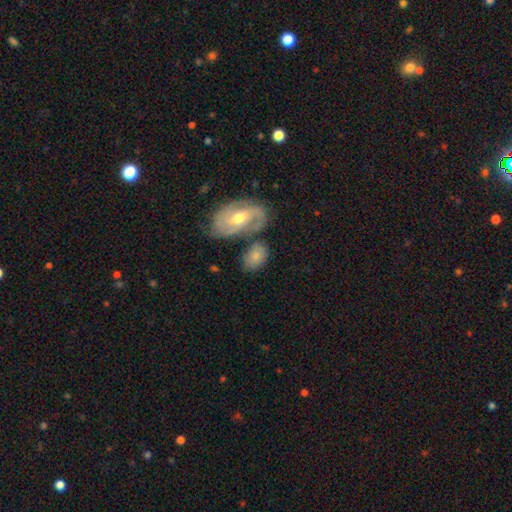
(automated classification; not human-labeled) Smooth or featured: smooth — 62% (featured or disk — 31%)
How rounded: in between — 84% (round — 14%)
Merging: none — 54% (merger — 20%)